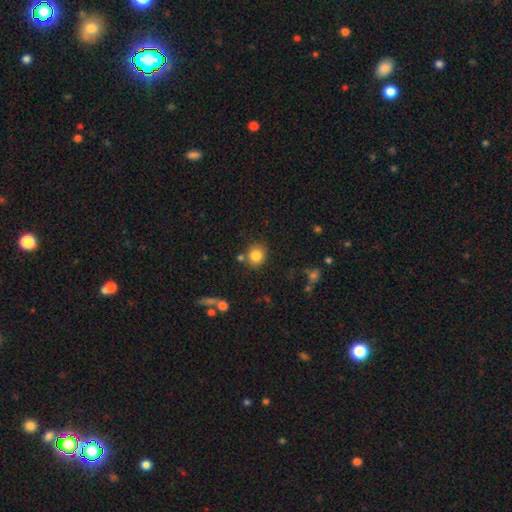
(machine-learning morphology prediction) A smooth galaxy with no disk features (83%) that is round (81%).

Vote fractions:
- Smooth or featured? smooth: 83% / star or artifact: 10% / featured or disk: 6%
- How rounded? round: 81% / in between: 18% / cigar-shaped: 1%
- Merging? none: 76% / minor disturbance: 11% / merger: 9% / major disturbance: 4%